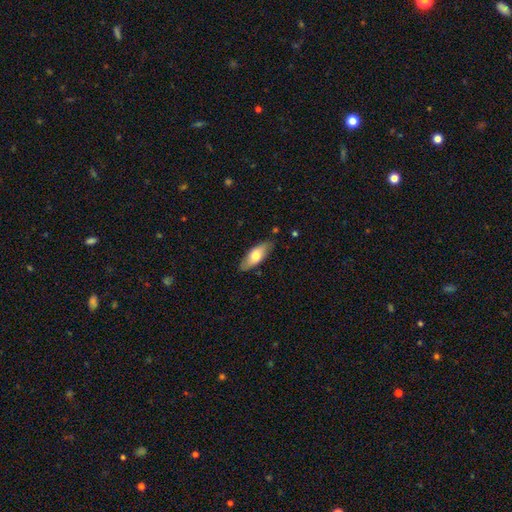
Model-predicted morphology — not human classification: Smooth or featured? Predicted: smooth (p=0.65). How rounded? Predicted: in between (p=0.76). Merging? Predicted: none (p=0.83).